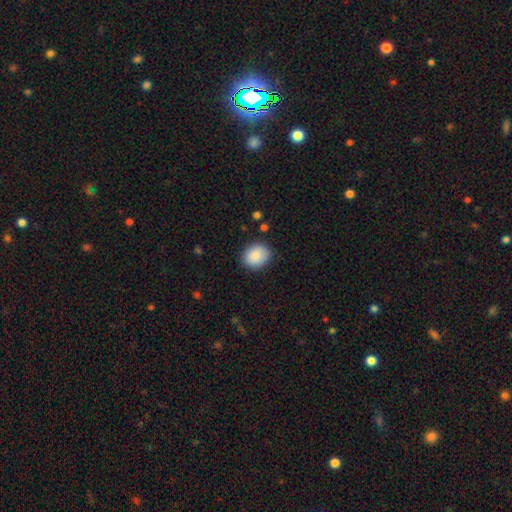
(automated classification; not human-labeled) This appears to be a smooth galaxy with no disk features (89%) that is round (52%). Merging: none (84%).